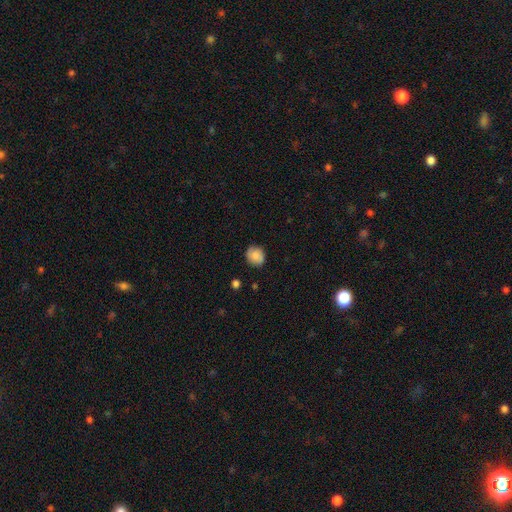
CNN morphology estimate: type=smooth (79%); roundness=round (78%); merging=none (79%).